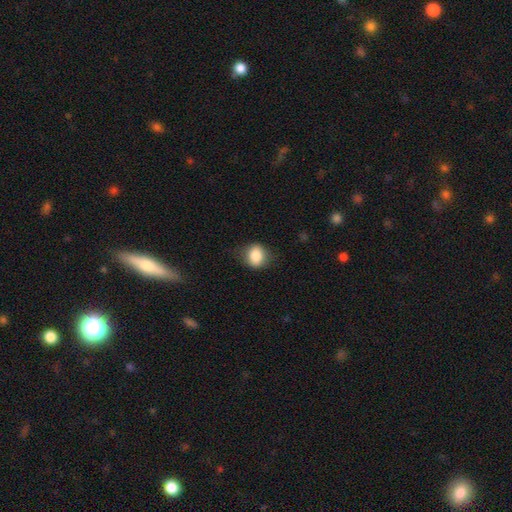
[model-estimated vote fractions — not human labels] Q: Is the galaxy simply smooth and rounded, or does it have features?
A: smooth — 84%.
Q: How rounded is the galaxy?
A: round — 56%.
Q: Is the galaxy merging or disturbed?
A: none — 73%.